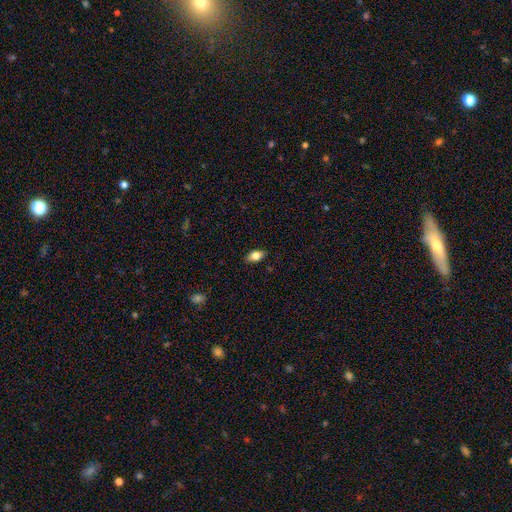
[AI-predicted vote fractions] Overall: smooth (79%). How rounded: in between (87%). Merging: none (85%).